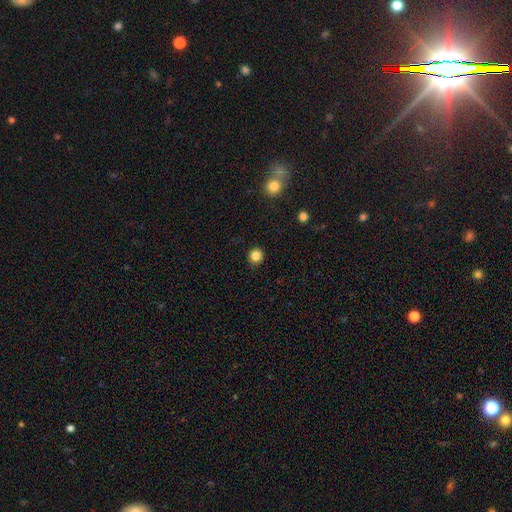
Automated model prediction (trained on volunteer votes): Overall: smooth (85%). How rounded: round (90%). Merging: none (91%).